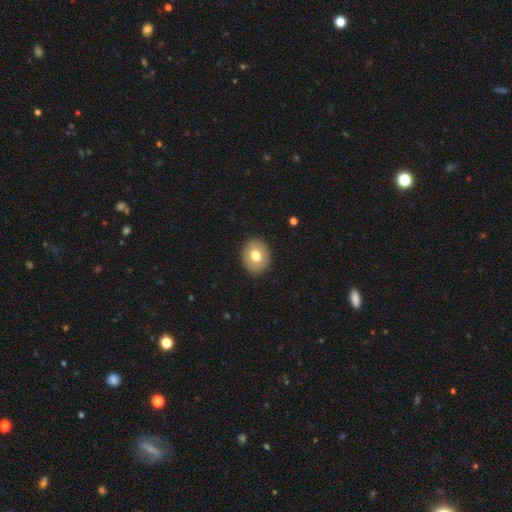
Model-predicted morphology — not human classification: A smooth galaxy with no disk features (72%) that is round (67%).

Vote fractions:
- Smooth or featured? smooth: 72% / featured or disk: 20% / star or artifact: 8%
- How rounded? round: 67% / in between: 32% / cigar-shaped: 1%
- Merging? none: 91% / minor disturbance: 7% / major disturbance: 2% / merger: 1%